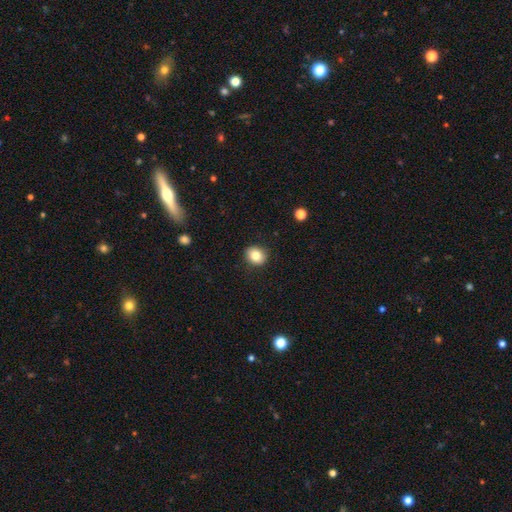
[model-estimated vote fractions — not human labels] The model was most divided on "how rounded": round: 71%, in between: 28%, cigar-shaped: 1%. More confident: merging — none (90%); smooth or featured — smooth (82%).